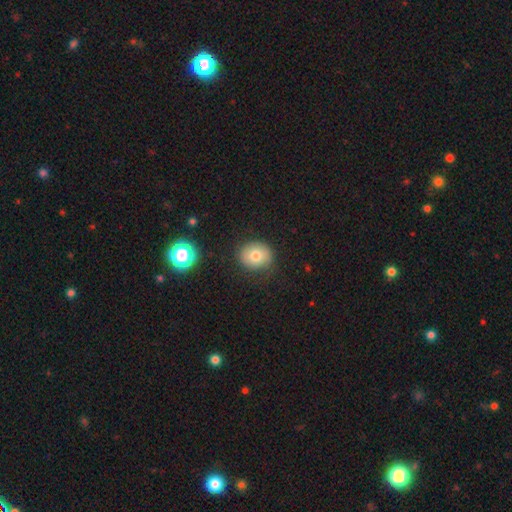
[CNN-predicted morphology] A smooth galaxy with no disk features (75%) that is round (70%).

Vote fractions:
- Smooth or featured? smooth: 75% / featured or disk: 15% / star or artifact: 11%
- How rounded? round: 70% / in between: 29% / cigar-shaped: 1%
- Merging? none: 82% / minor disturbance: 13% / major disturbance: 4% / merger: 2%